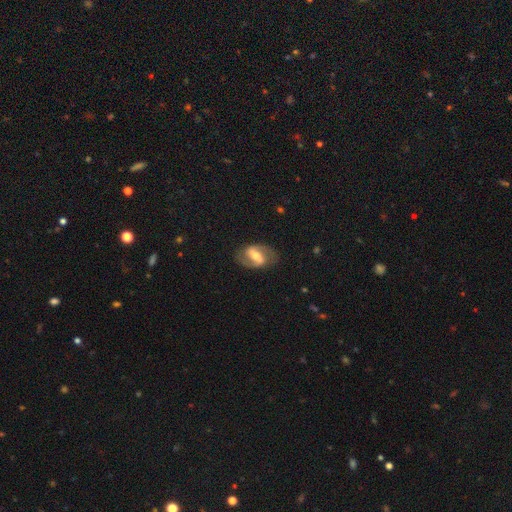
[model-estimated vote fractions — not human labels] Smooth or featured?
  - featured or disk: 80% *
  - smooth: 15%
  - star or artifact: 5%
Edge-on disk?
  - no: 96% *
  - yes: 4%
Bar?
  - strong: 54% *
  - weak: 34%
  - no: 12%
Spiral arms?
  - yes: 87% *
  - no: 13%
Spiral winding?
  - medium: 49% *
  - loose: 31%
  - tight: 20%
Spiral arm count?
  - 2: 90% *
  - can't tell: 5%
  - 1: 2%
  - 3: 1%
  - 4: 1%
  - more than 4: 1%
Bulge size?
  - moderate: 59% *
  - small: 31%
  - large: 7%
  - none: 2%
  - dominant: 1%
Merging?
  - none: 80% *
  - minor disturbance: 13%
  - major disturbance: 6%
  - merger: 1%